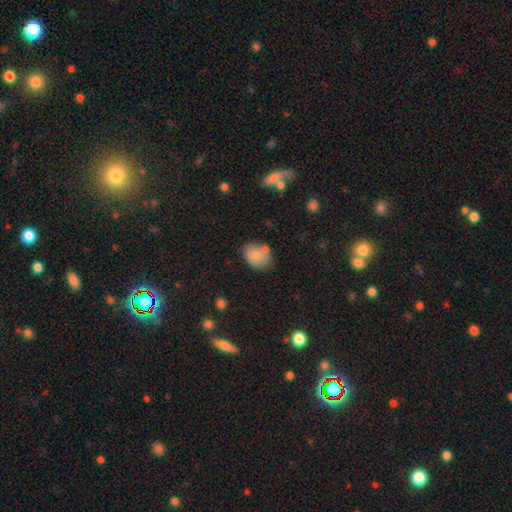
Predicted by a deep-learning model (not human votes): Smooth or featured? Predicted: smooth (p=0.78). How rounded? Predicted: in between (p=0.54). Merging? Predicted: none (p=0.59).